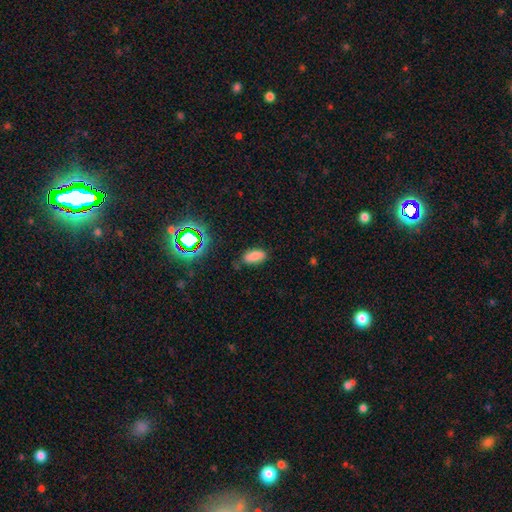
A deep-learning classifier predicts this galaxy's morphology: The model was most divided on "merging": none: 75%, minor disturbance: 18%, major disturbance: 4%, merger: 2%. More confident: how rounded — in between (89%); smooth or featured — smooth (80%).